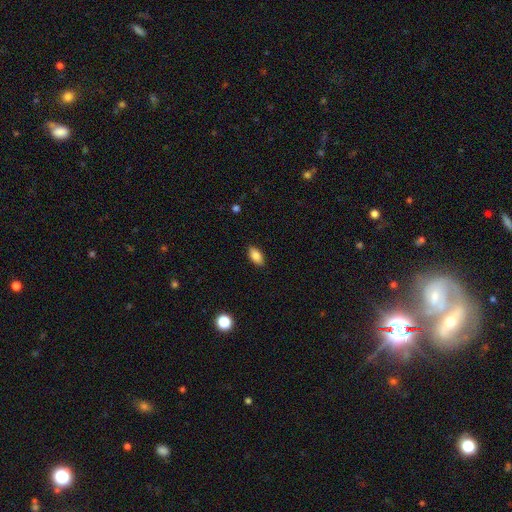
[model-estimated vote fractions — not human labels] A smooth galaxy with no disk features (83%) that is in between round and cigar-shaped (91%). Merging: none (88%).